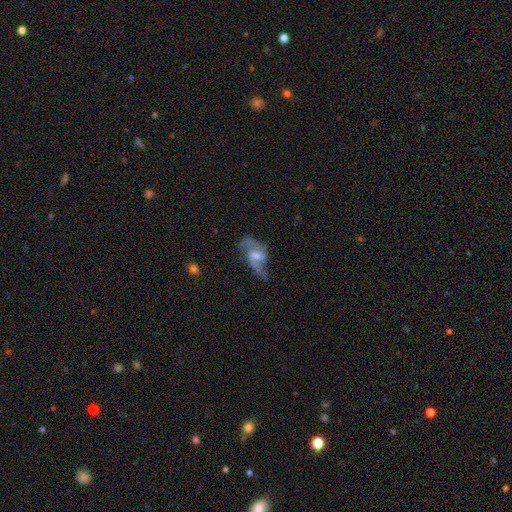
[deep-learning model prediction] Smooth or featured? featured or disk (83%)
Edge-on disk? no (96%)
Bar? weak (53%)
Spiral arms? yes (93%)
Spiral winding? loose (53%)
Spiral arm count? 2 (83%)
Bulge size? moderate (46%)
Merging? none (53%)